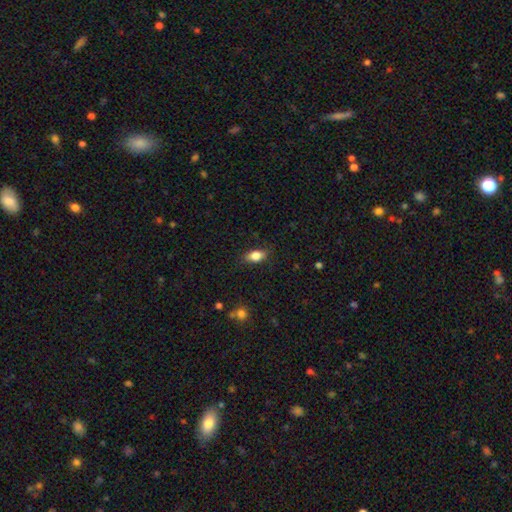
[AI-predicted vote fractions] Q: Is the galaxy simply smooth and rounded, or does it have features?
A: smooth — 81%.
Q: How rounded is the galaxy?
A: in between — 84%.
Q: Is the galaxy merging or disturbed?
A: none — 81%.